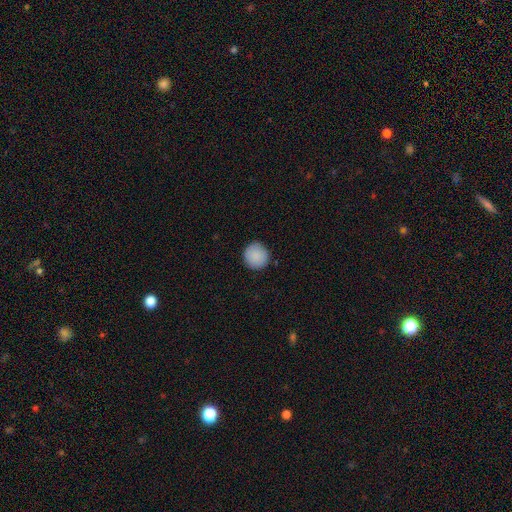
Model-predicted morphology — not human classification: smooth_or_featured: smooth (p=0.89) [alt: star or artifact p=0.07]
how_rounded: round (p=0.93) [alt: in between p=0.06]
merging: none (p=0.90) [alt: minor disturbance p=0.08]